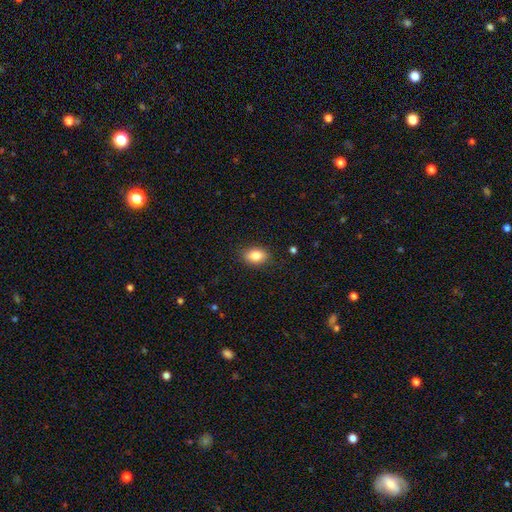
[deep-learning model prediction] Smooth or featured: smooth — 84% (star or artifact — 8%)
How rounded: in between — 82% (round — 16%)
Merging: none — 86% (minor disturbance — 10%)